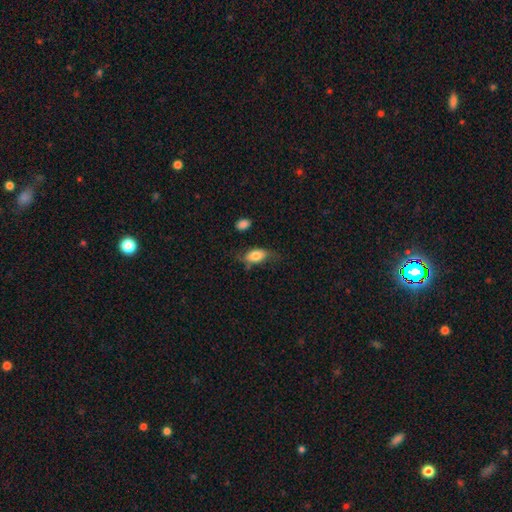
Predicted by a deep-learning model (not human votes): Overall: smooth (77%). How rounded: in between (89%). Merging: none (57%; minor disturbance 28%).